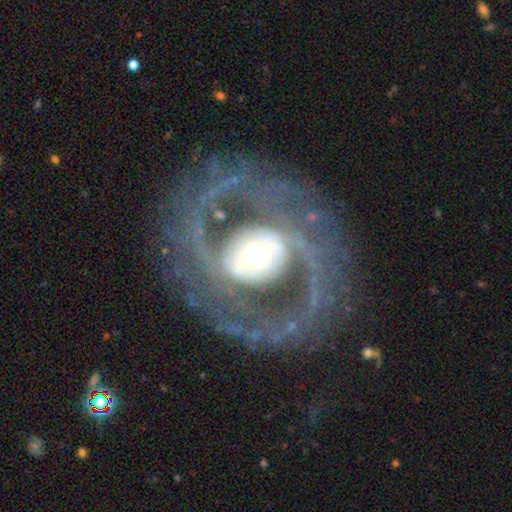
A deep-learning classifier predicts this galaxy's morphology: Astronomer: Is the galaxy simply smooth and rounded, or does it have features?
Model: featured or disk — 88%.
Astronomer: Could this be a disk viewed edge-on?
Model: no — 97%.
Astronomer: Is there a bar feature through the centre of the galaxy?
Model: no — 52%.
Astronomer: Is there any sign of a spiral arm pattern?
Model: yes — 91%.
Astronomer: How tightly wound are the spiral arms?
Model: medium — 45% (runner-up: loose, 32%).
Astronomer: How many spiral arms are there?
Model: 2 — 69%.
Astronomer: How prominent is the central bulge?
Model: moderate — 49% (runner-up: large, 32%).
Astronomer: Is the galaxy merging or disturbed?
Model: none — 67%.